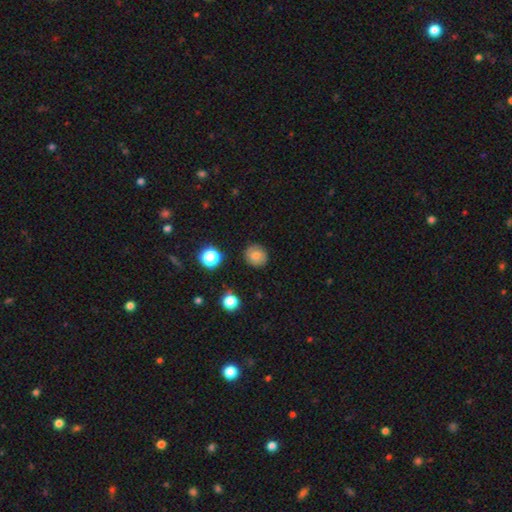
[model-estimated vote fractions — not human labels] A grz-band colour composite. It shows a smooth galaxy with no disk features (78%) that is round (85%). Merging: none (86%).